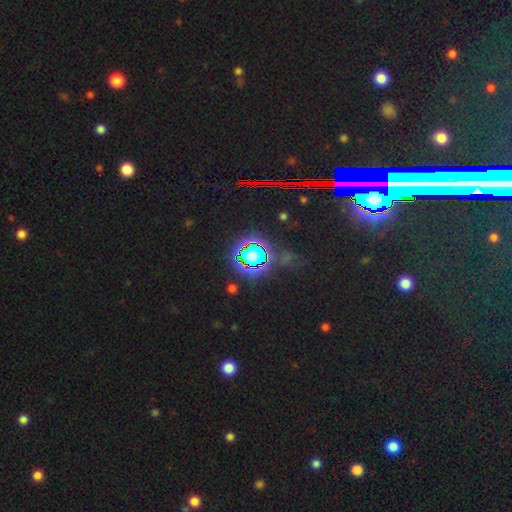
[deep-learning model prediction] This is clearly a star or artifact rather than a galaxy (84%).